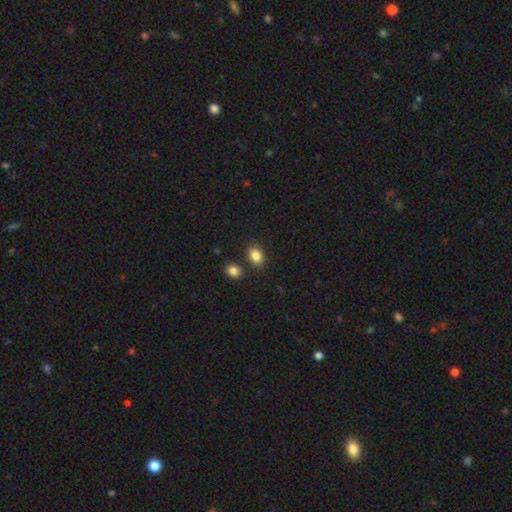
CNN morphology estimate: A smooth galaxy with no disk features (85%) that is in between round and cigar-shaped (66%). Merging: none (78%).